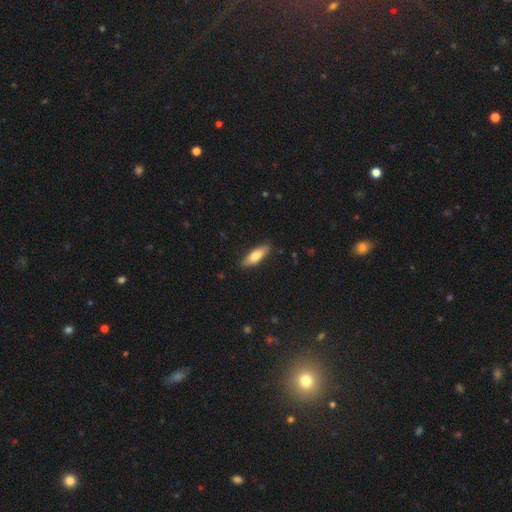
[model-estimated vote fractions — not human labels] This appears to be a smooth galaxy with no disk features (73%) that is in between round and cigar-shaped (52%). Merging: none (87%).